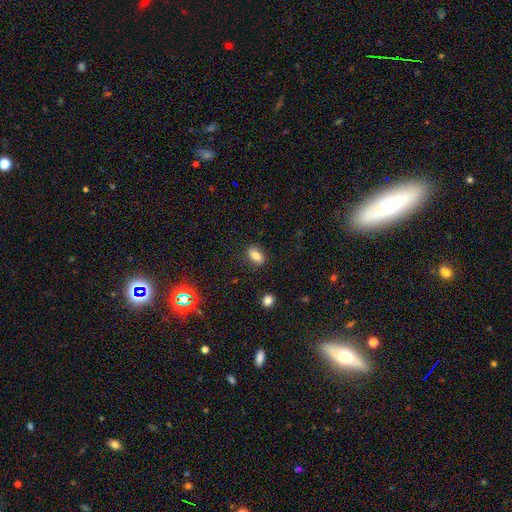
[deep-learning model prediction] smooth_or_featured: smooth (p=0.78) [alt: featured or disk p=0.12]
how_rounded: in between (p=0.81) [alt: round p=0.10]
merging: none (p=0.83) [alt: minor disturbance p=0.12]